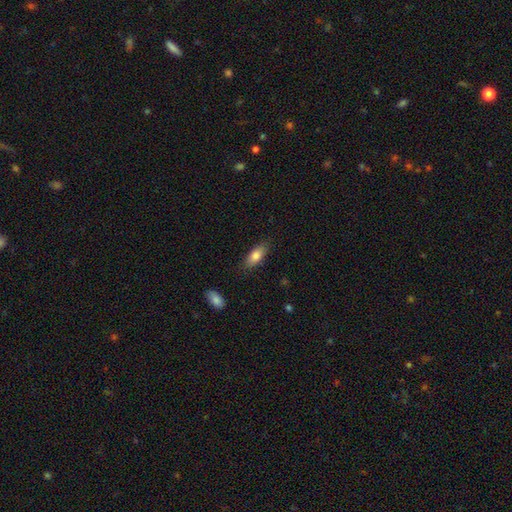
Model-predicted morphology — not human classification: Smooth or featured?
  - smooth: 79% *
  - featured or disk: 14%
  - star or artifact: 7%
How rounded?
  - in between: 79% *
  - cigar-shaped: 18%
  - round: 3%
Merging?
  - none: 82% *
  - minor disturbance: 13%
  - major disturbance: 3%
  - merger: 2%